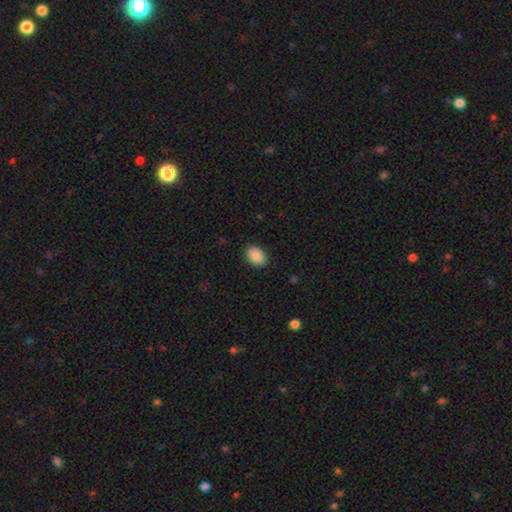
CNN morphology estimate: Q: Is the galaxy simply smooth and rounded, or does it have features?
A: smooth — 90%.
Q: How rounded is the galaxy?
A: in between — 84%.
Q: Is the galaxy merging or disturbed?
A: none — 88%.